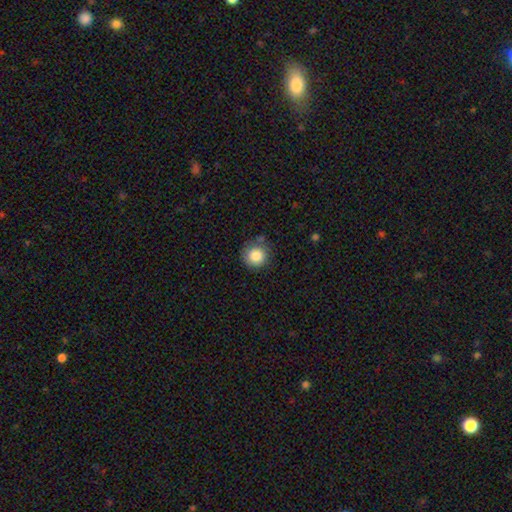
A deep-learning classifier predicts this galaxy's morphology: Q: Smooth or featured?
A: smooth (85%); runner-up: star or artifact (10%)
Q: How rounded?
A: round (93%); runner-up: in between (6%)
Q: Merging?
A: none (75%); runner-up: minor disturbance (17%)